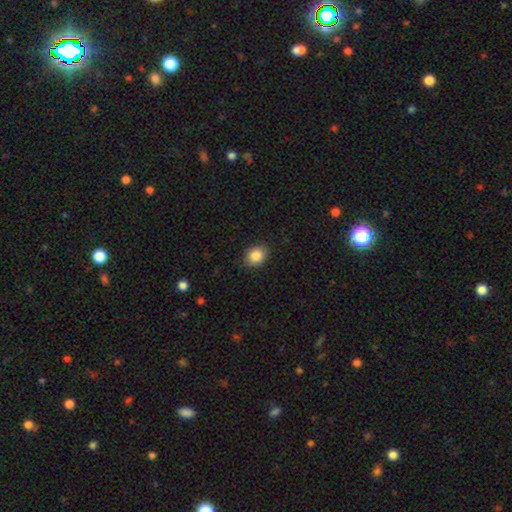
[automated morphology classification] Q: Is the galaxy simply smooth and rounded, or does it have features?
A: smooth — 87%.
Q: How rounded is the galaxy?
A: in between — 53%.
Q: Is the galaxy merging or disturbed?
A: none — 88%.